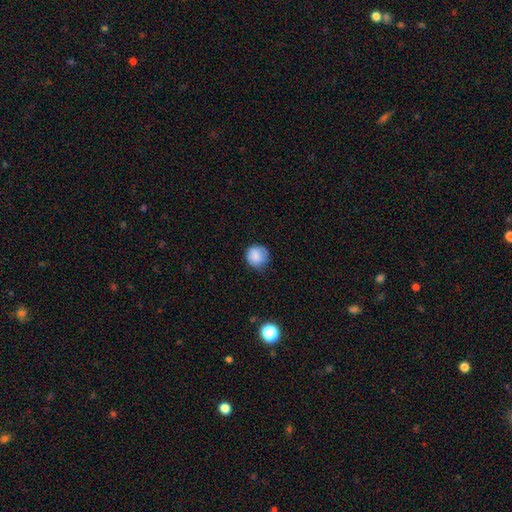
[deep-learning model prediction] A smooth galaxy with no disk features (84%) that is round (89%).

Vote fractions:
- Smooth or featured? smooth: 84% / star or artifact: 8% / featured or disk: 8%
- How rounded? round: 89% / in between: 10% / cigar-shaped: 1%
- Merging? none: 70% / minor disturbance: 24% / major disturbance: 5% / merger: 1%